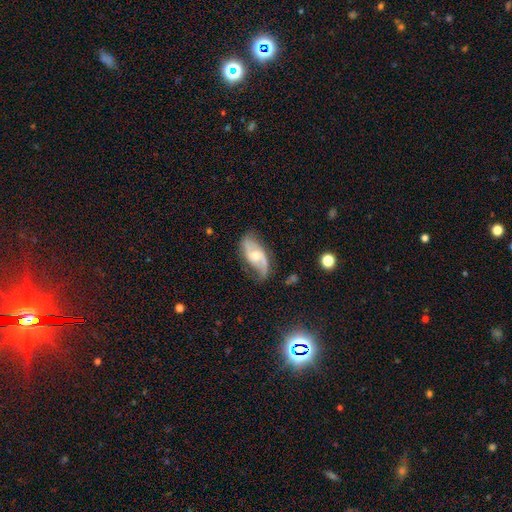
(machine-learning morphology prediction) Smooth or featured? Predicted: featured or disk (p=0.78). Edge-on disk? Predicted: no (p=0.94). Bar? Predicted: no (p=0.53). Spiral arms? Predicted: yes (p=0.92). Spiral winding? Predicted: loose (p=0.43). Spiral arm count? Predicted: 2 (p=0.84). Bulge size? Predicted: moderate (p=0.60). Merging? Predicted: none (p=0.65).